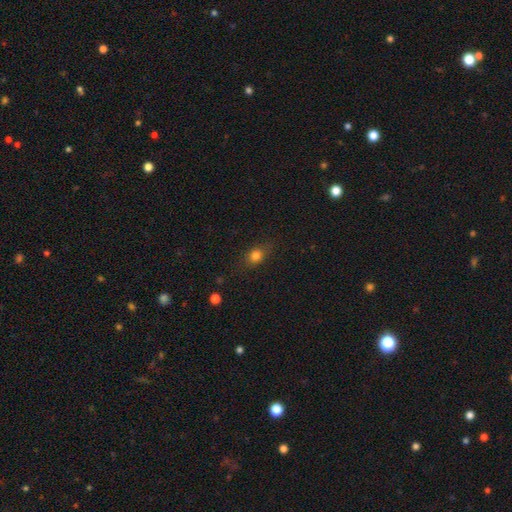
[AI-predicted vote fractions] Q: Smooth or featured?
A: smooth (78%); runner-up: star or artifact (12%)
Q: How rounded?
A: in between (54%); runner-up: round (41%)
Q: Merging?
A: none (78%); runner-up: minor disturbance (16%)